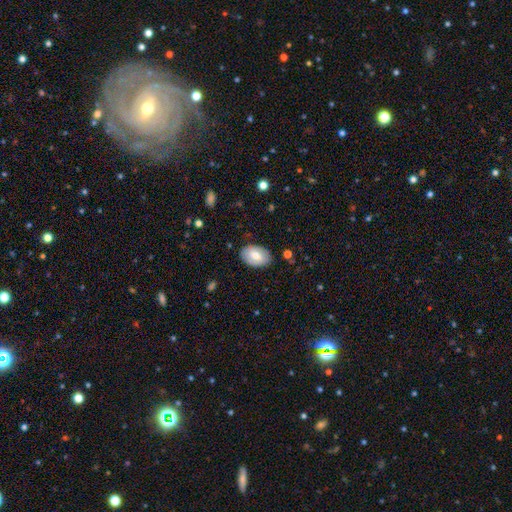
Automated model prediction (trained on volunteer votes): Smooth or featured?
  - smooth: 62% *
  - featured or disk: 31%
  - star or artifact: 6%
How rounded?
  - in between: 90% *
  - round: 9%
  - cigar-shaped: 1%
Merging?
  - none: 83% *
  - minor disturbance: 13%
  - major disturbance: 3%
  - merger: 1%